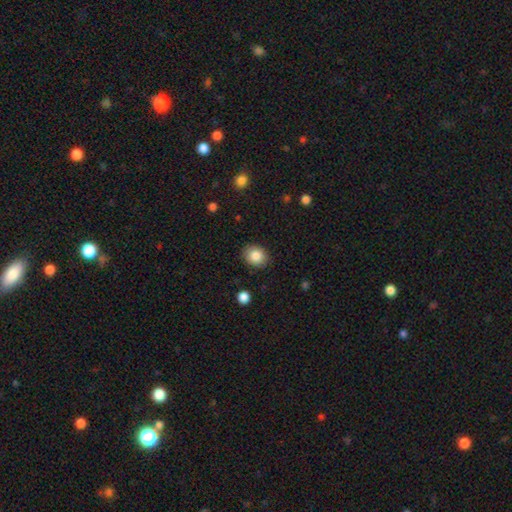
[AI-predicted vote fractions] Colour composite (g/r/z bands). It shows a smooth galaxy with no disk features (84%) that is round (59%). Merging: none (86%).